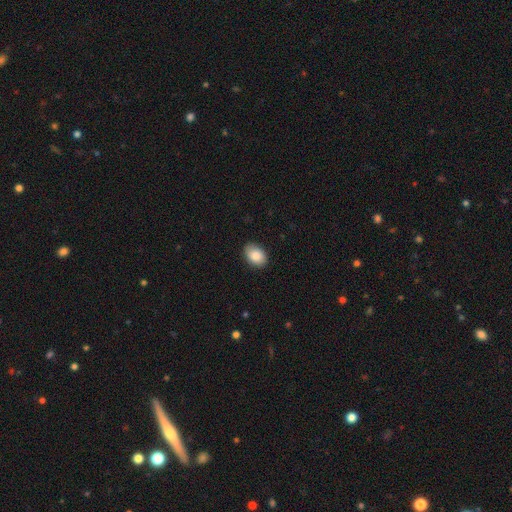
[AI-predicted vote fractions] Morphology: type=smooth (88%); roundness=in between (81%); merging=none (86%).